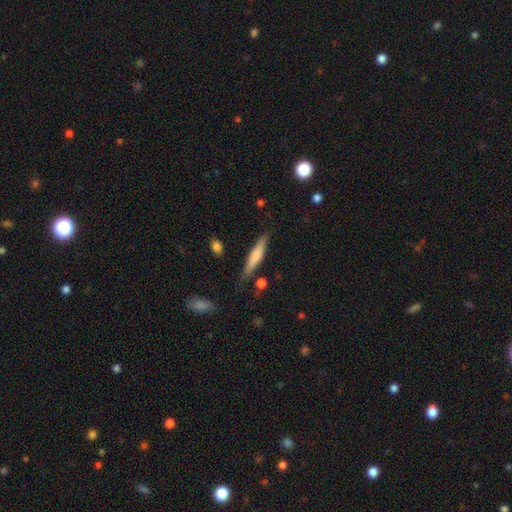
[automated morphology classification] smooth 58%, featured or disk 36%, star or artifact 6%. Down the decision tree: how rounded — cigar-shaped (87%); merging — none (79%).